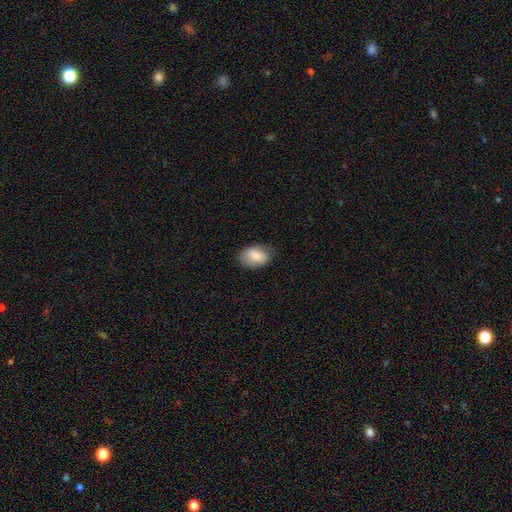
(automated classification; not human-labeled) smooth_or_featured: smooth (p=0.82) [alt: featured or disk p=0.11]
how_rounded: in between (p=0.84) [alt: round p=0.15]
merging: none (p=0.76) [alt: minor disturbance p=0.19]